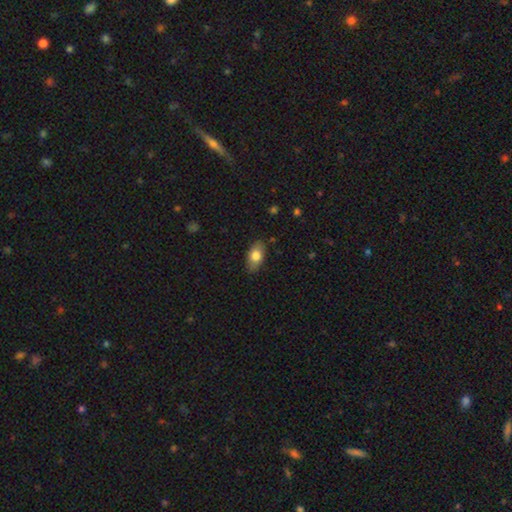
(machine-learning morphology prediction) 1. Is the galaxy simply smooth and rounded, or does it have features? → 78% smooth, 15% featured or disk, 7% star or artifact.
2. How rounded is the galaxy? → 89% in between, 8% round, 4% cigar-shaped.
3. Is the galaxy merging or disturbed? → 82% none, 14% minor disturbance, 3% major disturbance, 1% merger.